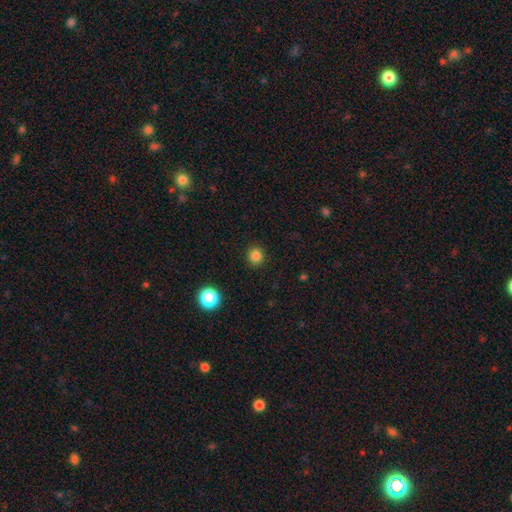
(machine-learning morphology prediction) This appears to be a smooth galaxy with no disk features (83%) that is round (92%). Merging: none (92%).